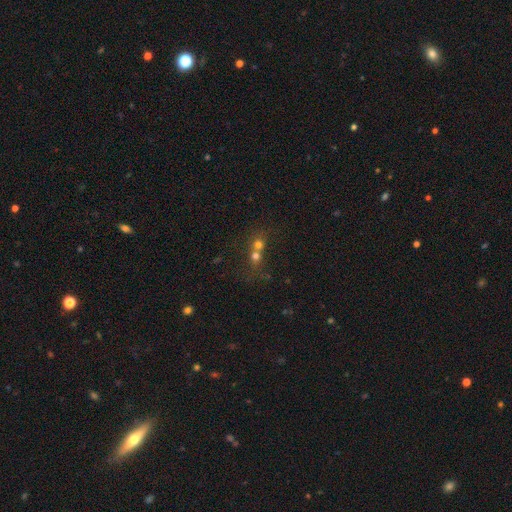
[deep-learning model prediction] Morphology: type=smooth (63%); roundness=round (80%); merging=merger (62%).